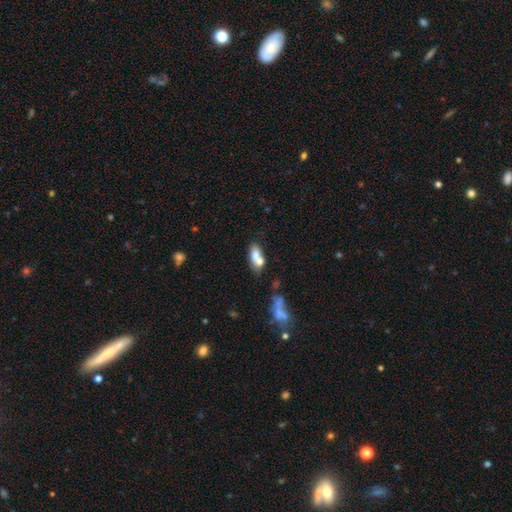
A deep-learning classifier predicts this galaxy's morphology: smooth 67%, featured or disk 25%, star or artifact 9%. Down the decision tree: how rounded — in between (78%); merging — merger (57%).